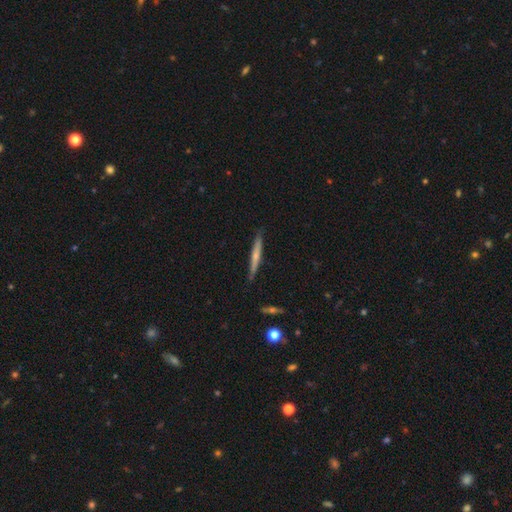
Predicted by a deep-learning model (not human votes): Smooth or featured?
  - smooth: 49% *
  - featured or disk: 45%
  - star or artifact: 6%
Merging?
  - none: 86% *
  - minor disturbance: 11%
  - major disturbance: 2%
  - merger: 2%